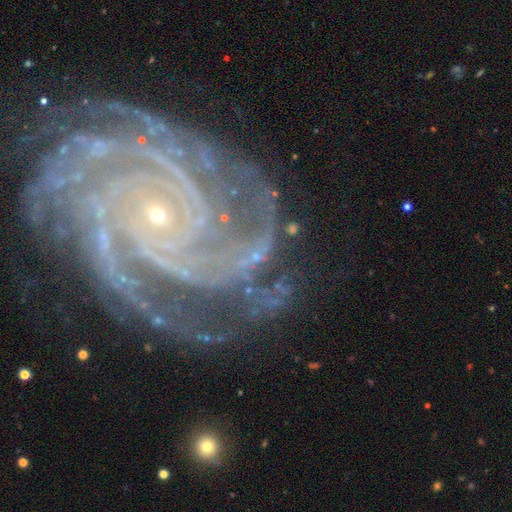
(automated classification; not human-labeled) Q: Smooth or featured?
A: featured or disk (77%); runner-up: star or artifact (15%)
Q: Edge-on disk?
A: no (96%); runner-up: yes (4%)
Q: Bar?
A: no (51%); runner-up: weak (27%)
Q: Spiral arms?
A: yes (95%); runner-up: no (5%)
Q: Spiral winding?
A: tight (65%); runner-up: medium (26%)
Q: Spiral arm count?
A: 2 (22%); runner-up: can't tell (21%)
Q: Bulge size?
A: small (73%); runner-up: moderate (19%)
Q: Merging?
A: none (61%); runner-up: major disturbance (17%)